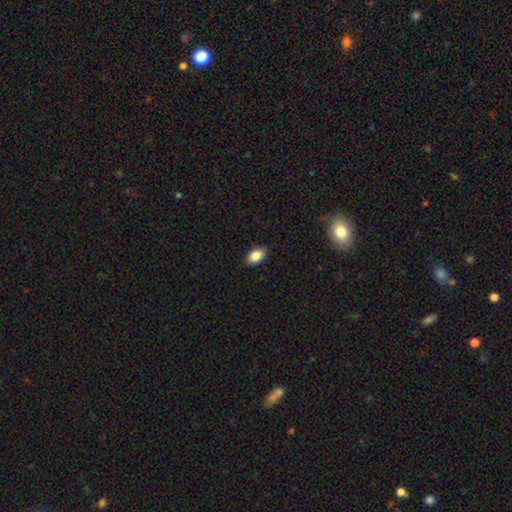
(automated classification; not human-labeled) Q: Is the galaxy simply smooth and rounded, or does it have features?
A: smooth — 85%.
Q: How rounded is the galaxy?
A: in between — 90%.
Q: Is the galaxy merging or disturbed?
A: none — 85%.